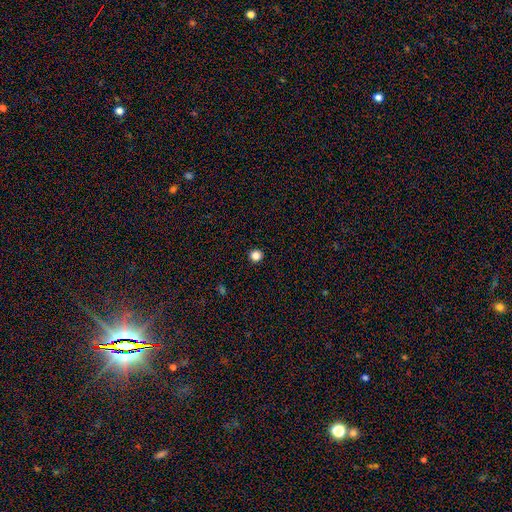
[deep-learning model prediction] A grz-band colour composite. It shows a smooth galaxy with no disk features (84%) that is round (94%). Merging: none (94%).